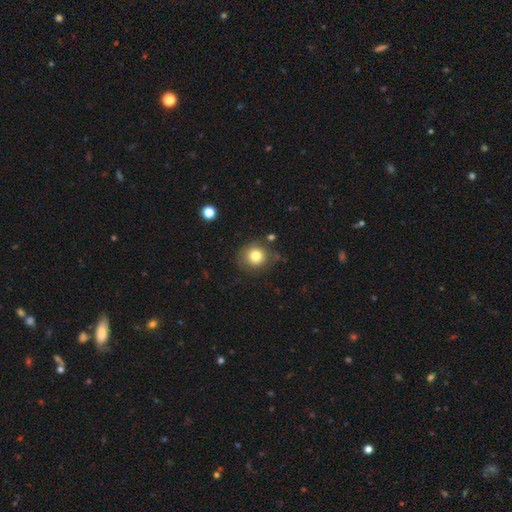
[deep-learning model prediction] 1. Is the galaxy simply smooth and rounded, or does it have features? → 78% smooth, 11% star or artifact, 11% featured or disk.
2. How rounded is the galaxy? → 89% round, 10% in between, 1% cigar-shaped.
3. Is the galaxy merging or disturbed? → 78% none, 13% minor disturbance, 5% major disturbance, 4% merger.